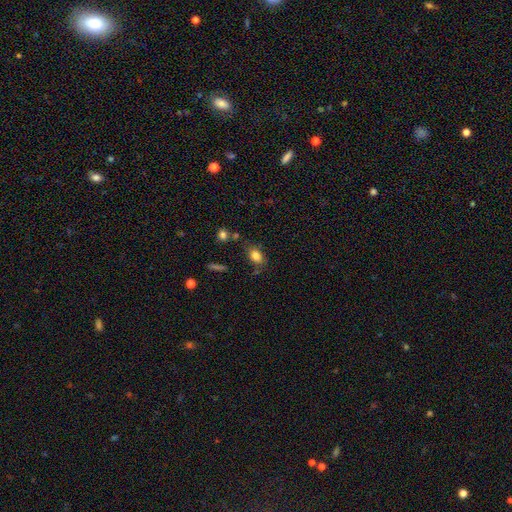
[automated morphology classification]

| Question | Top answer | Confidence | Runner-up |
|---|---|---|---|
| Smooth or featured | smooth | 82% | star or artifact (10%) |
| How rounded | in between | 75% | round (23%) |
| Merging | none | 74% | minor disturbance (16%) |